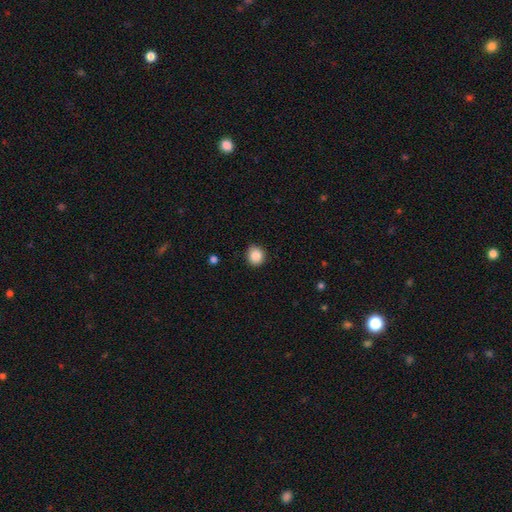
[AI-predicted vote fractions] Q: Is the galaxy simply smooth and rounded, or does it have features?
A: smooth — 87%.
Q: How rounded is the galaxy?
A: round — 84%.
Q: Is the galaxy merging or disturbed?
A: none — 87%.